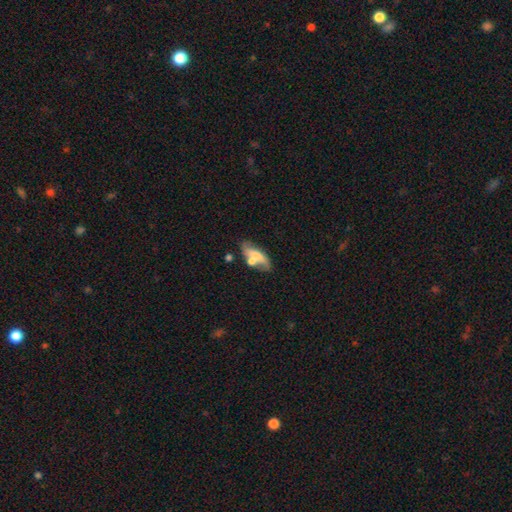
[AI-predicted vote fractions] smooth_or_featured: smooth (p=0.54) [alt: featured or disk p=0.39]
how_rounded: in between (p=0.71) [alt: cigar-shaped p=0.25]
merging: none (p=0.47) [alt: merger p=0.24]